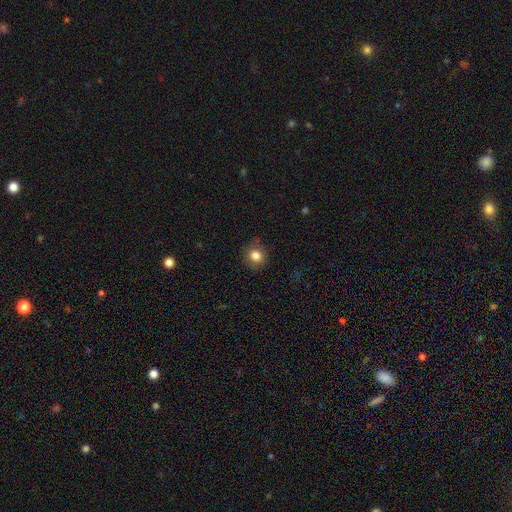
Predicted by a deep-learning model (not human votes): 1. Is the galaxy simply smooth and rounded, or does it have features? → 83% smooth, 11% star or artifact, 6% featured or disk.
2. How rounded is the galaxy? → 89% round, 11% in between, 1% cigar-shaped.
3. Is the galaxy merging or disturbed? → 83% none, 12% minor disturbance, 3% major disturbance, 1% merger.